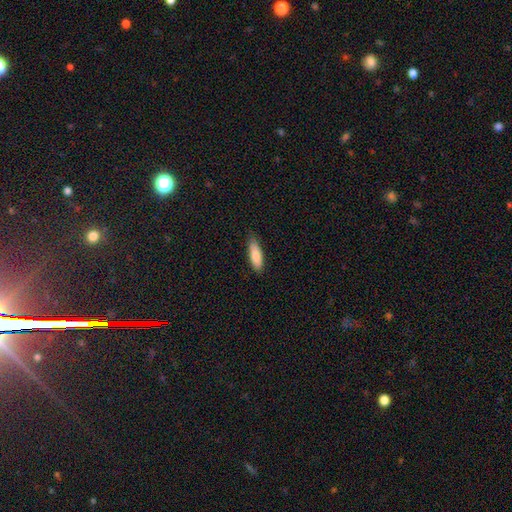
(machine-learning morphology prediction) Smooth or featured?
  - smooth: 83% *
  - featured or disk: 11%
  - star or artifact: 6%
How rounded?
  - in between: 54% *
  - cigar-shaped: 44%
  - round: 2%
Merging?
  - none: 81% *
  - minor disturbance: 16%
  - major disturbance: 2%
  - merger: 1%